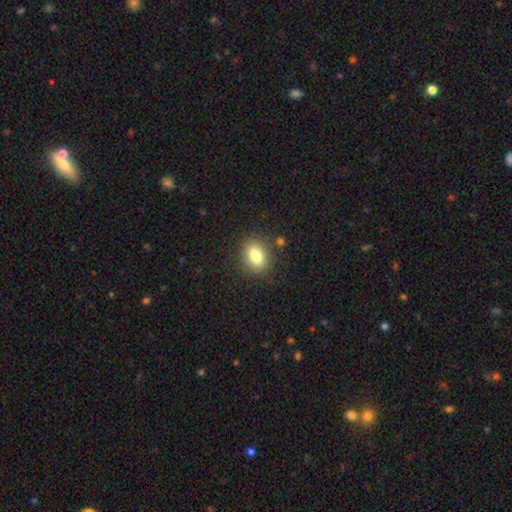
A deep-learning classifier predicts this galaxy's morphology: This appears to be a smooth galaxy with no disk features (81%) that is in between round and cigar-shaped (67%). Merging: none (84%).